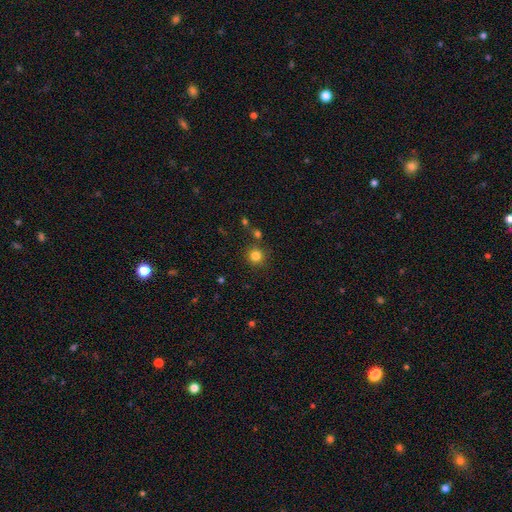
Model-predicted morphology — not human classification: Smooth or featured? smooth (81%)
How rounded? round (93%)
Merging? none (83%)